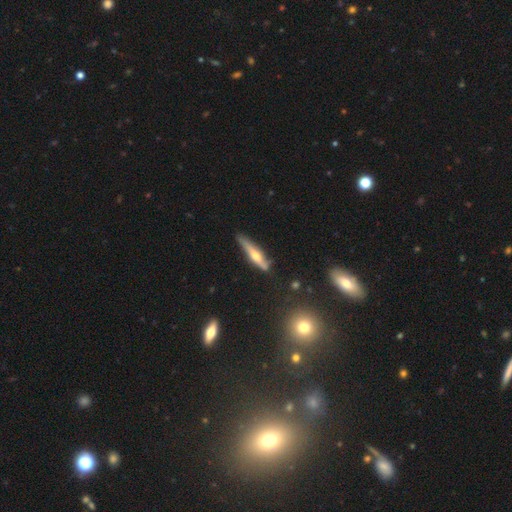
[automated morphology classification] smooth_or_featured: featured or disk (p=0.62) [alt: smooth p=0.31]
disk_edge_on: yes (p=0.92) [alt: no p=0.08]
edge_on_bulge: rounded (p=0.87) [alt: none p=0.07]
merging: none (p=0.67) [alt: minor disturbance p=0.23]